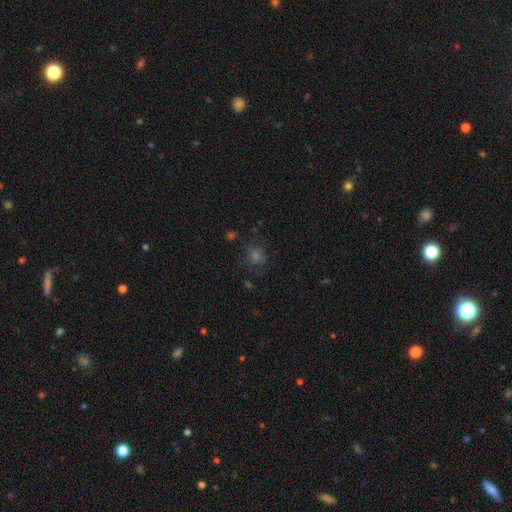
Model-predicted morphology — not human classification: This appears to be a smooth galaxy with no disk features (47%). Merging: none (74%).